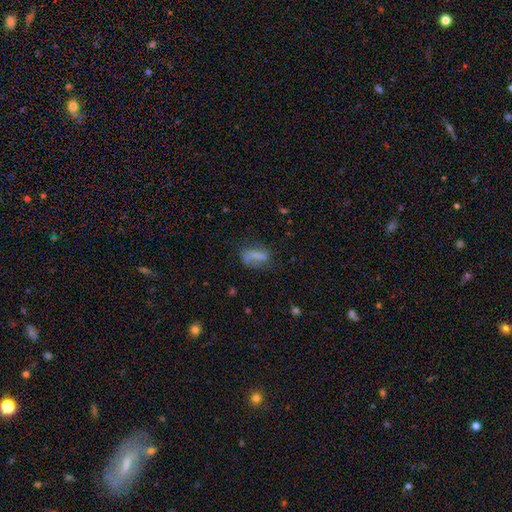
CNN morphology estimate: Smooth or featured? smooth (50%)
How rounded? in between (77%)
Merging? none (49%)